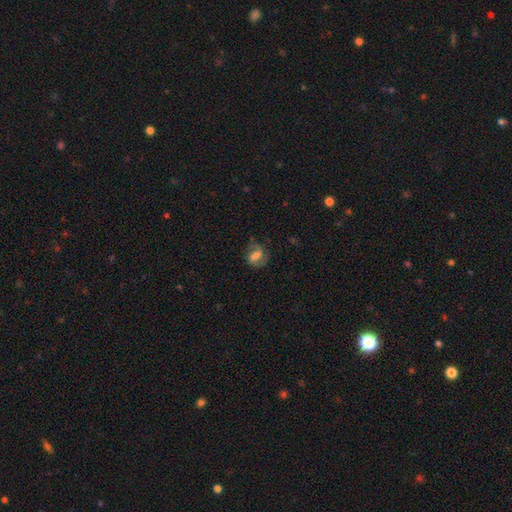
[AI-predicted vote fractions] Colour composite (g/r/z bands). It shows a smooth galaxy with no disk features (46%). Merging: none (55%).